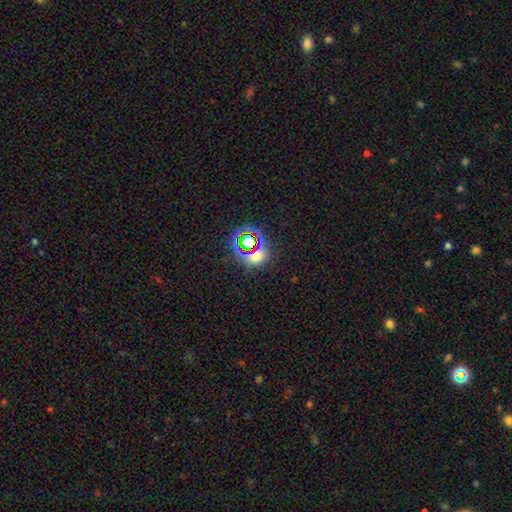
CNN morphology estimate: smooth_or_featured: star or artifact (p=0.45) [alt: smooth p=0.44]